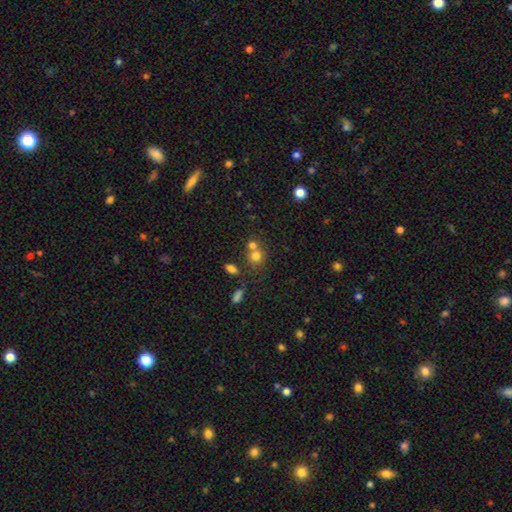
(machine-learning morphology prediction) A smooth galaxy with no disk features (73%) that is round (77%).

Vote fractions:
- Smooth or featured? smooth: 73% / star or artifact: 15% / featured or disk: 12%
- How rounded? round: 77% / in between: 21% / cigar-shaped: 1%
- Merging? merger: 47% / none: 42% / minor disturbance: 7% / major disturbance: 4%